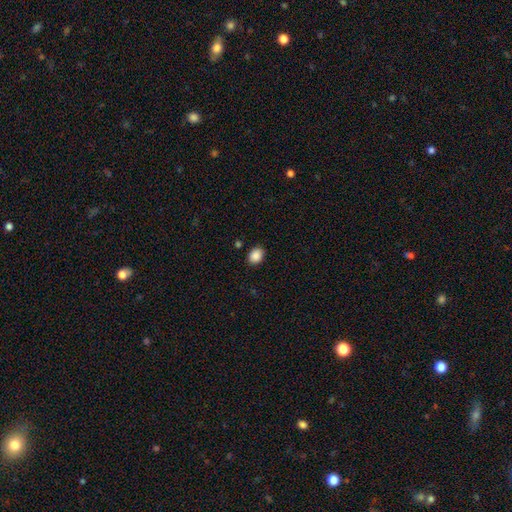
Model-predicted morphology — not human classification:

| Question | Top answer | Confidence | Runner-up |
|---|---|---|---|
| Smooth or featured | smooth | 88% | star or artifact (9%) |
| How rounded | round | 50% | in between (49%) |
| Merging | none | 87% | minor disturbance (9%) |